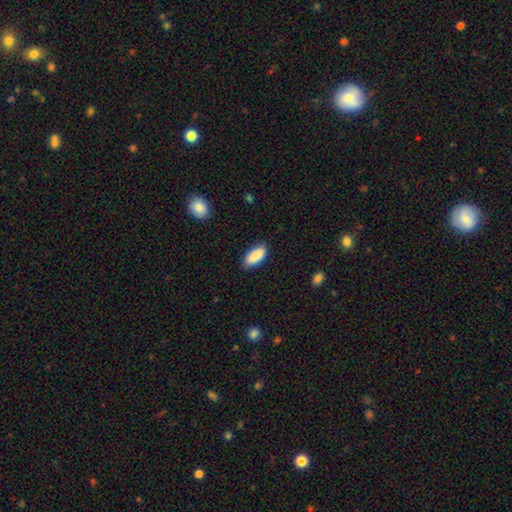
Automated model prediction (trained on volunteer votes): smooth-or-featured: smooth: 89% | star or artifact: 6% | featured or disk: 4%
  how-rounded: in between: 82% | cigar-shaped: 17% | round: 2%
  merging: none: 84% | minor disturbance: 12% | major disturbance: 2% | merger: 1%